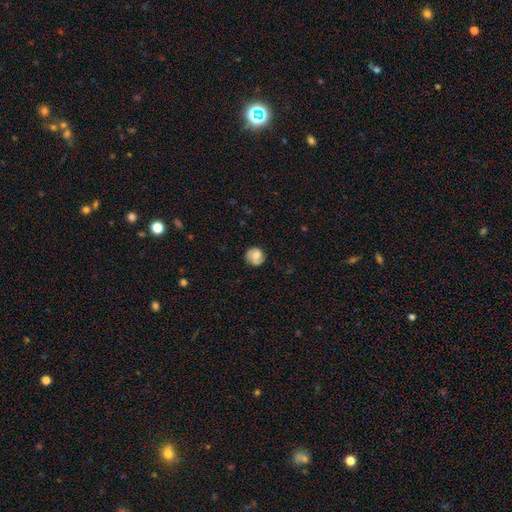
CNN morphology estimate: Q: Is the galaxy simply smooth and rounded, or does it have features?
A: smooth — 56%.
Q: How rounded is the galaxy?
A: round — 86%.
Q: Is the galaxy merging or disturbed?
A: none — 75%.